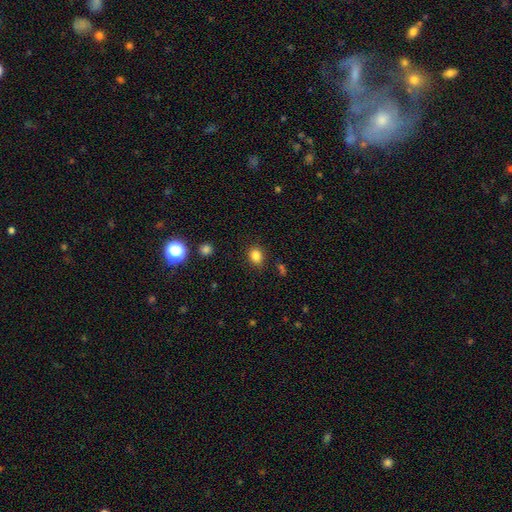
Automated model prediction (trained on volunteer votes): smooth_or_featured: smooth (p=0.83) [alt: star or artifact p=0.12]
how_rounded: round (p=0.57) [alt: in between p=0.42]
merging: none (p=0.86) [alt: minor disturbance p=0.10]